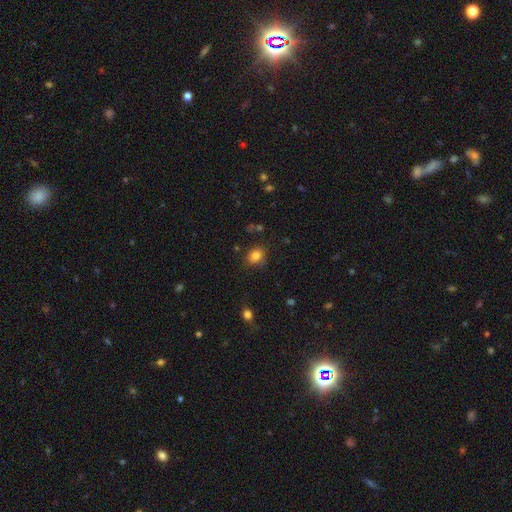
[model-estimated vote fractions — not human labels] smooth_or_featured: smooth (p=0.82) [alt: star or artifact p=0.11]
how_rounded: in between (p=0.60) [alt: round p=0.39]
merging: none (p=0.79) [alt: minor disturbance p=0.14]